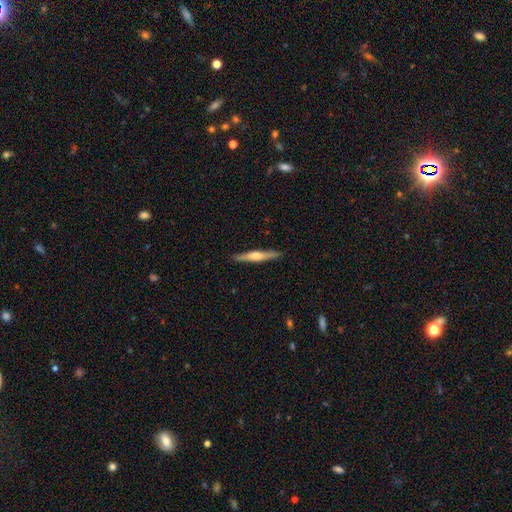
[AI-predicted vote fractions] Q: Smooth or featured?
A: featured or disk (60%); runner-up: smooth (35%)
Q: Edge-on disk?
A: yes (97%); runner-up: no (3%)
Q: Edge-on bulge?
A: rounded (78%); runner-up: boxy (12%)
Q: Merging?
A: none (90%); runner-up: minor disturbance (7%)